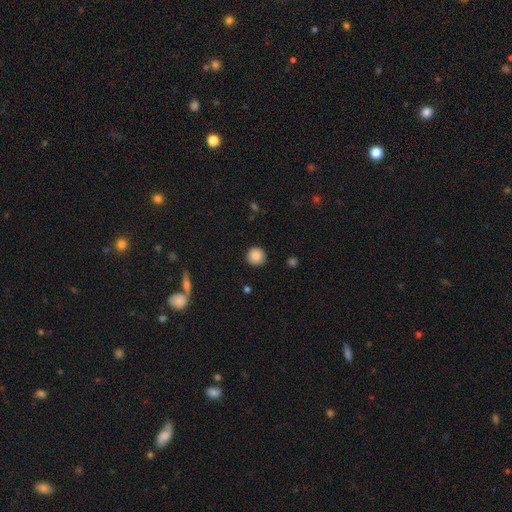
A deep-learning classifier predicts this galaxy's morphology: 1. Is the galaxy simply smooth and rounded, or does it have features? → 87% smooth, 9% star or artifact, 4% featured or disk.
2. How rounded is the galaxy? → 94% round, 5% in between, 1% cigar-shaped.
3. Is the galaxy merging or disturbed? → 89% none, 8% minor disturbance, 2% major disturbance, 1% merger.